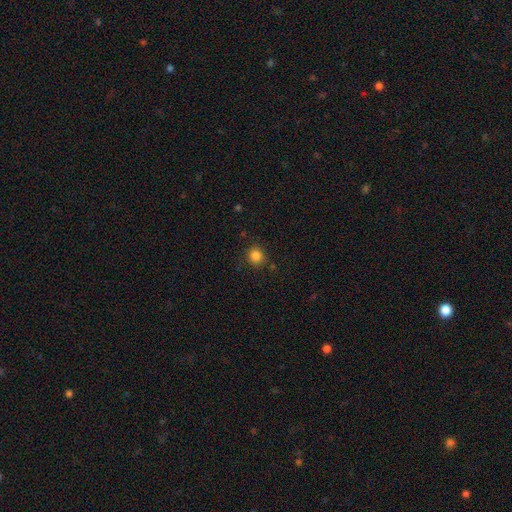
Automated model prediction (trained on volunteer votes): Q: Smooth or featured?
A: smooth (84%); runner-up: star or artifact (12%)
Q: How rounded?
A: round (89%); runner-up: in between (11%)
Q: Merging?
A: none (86%); runner-up: minor disturbance (9%)